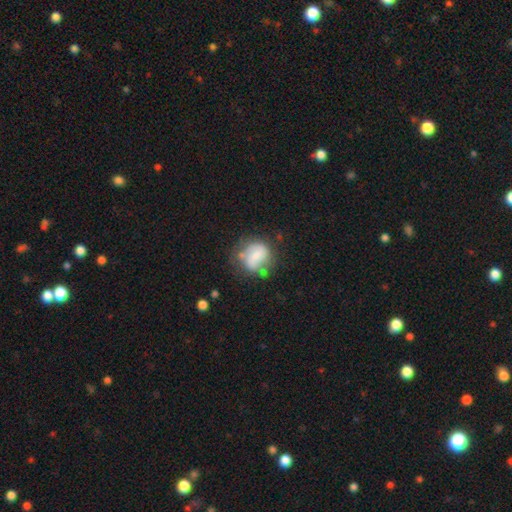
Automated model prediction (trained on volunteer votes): Q: Smooth or featured?
A: smooth (52%); runner-up: featured or disk (40%)
Q: How rounded?
A: round (66%); runner-up: in between (32%)
Q: Merging?
A: none (45%); runner-up: minor disturbance (28%)